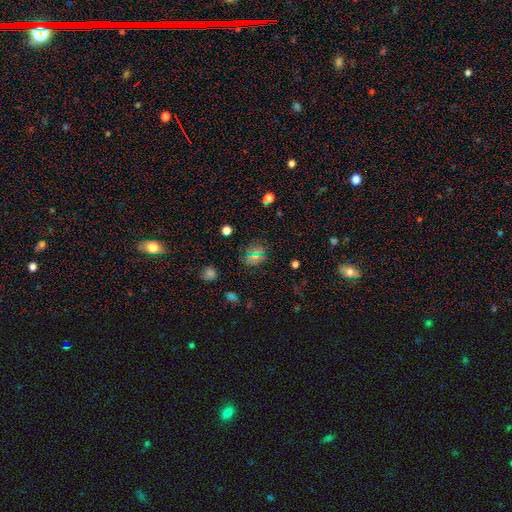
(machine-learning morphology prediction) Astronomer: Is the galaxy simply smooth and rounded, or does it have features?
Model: smooth — 56% (runner-up: star or artifact, 35%).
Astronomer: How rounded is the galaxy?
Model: round — 68%.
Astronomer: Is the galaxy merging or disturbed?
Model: none — 81%.